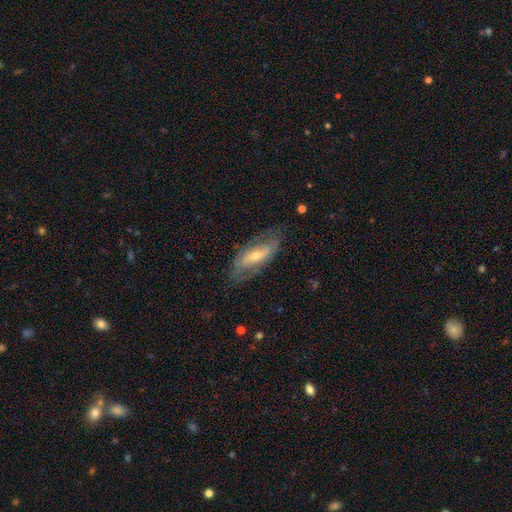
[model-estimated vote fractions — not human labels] Overall: featured or disk (66%; smooth 27%). Edge-on disk: no (81%). Bar: strong (37%; weak 32%). Spiral arms: yes (67%; no 33%). Bulge size: small (52%; moderate 42%). Merging: none (70%).